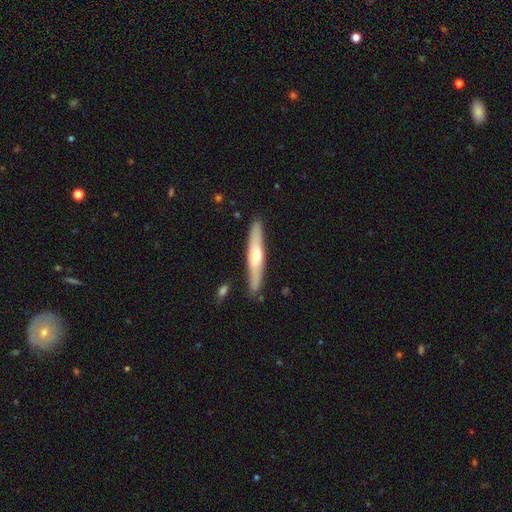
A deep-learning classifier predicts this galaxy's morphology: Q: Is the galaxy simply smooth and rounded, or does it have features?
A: featured or disk — 53%.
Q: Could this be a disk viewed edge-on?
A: yes — 91%.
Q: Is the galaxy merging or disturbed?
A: none — 86%.